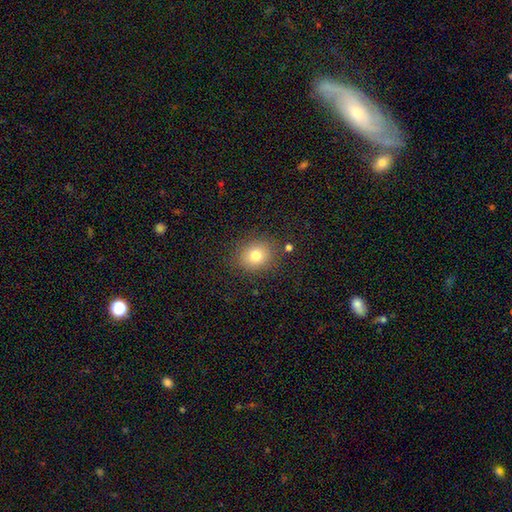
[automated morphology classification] Smooth or featured?
  - smooth: 78% *
  - star or artifact: 12%
  - featured or disk: 10%
How rounded?
  - round: 68% *
  - in between: 32%
  - cigar-shaped: 1%
Merging?
  - none: 85% *
  - minor disturbance: 10%
  - major disturbance: 3%
  - merger: 2%